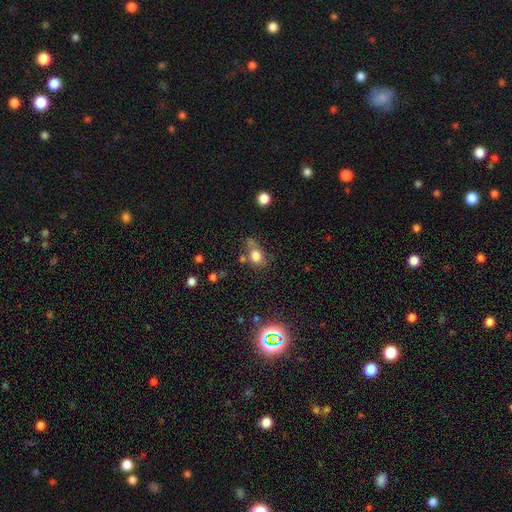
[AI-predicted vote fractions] This appears to be a smooth galaxy with no disk features (76%) that is round (62%). Merging: none (49%).